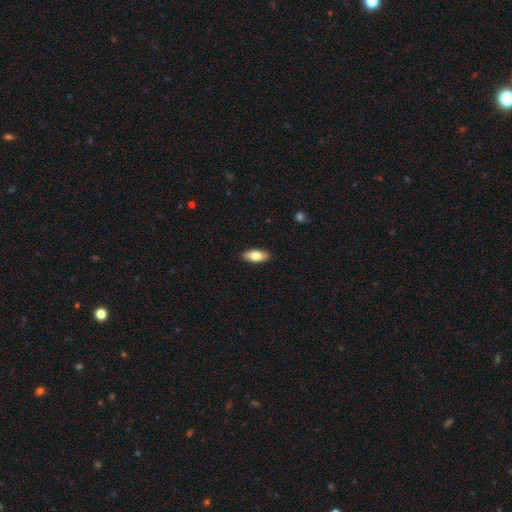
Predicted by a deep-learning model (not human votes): smooth 79%, featured or disk 14%, star or artifact 6%. Down the decision tree: how rounded — in between (86%); merging — none (90%).